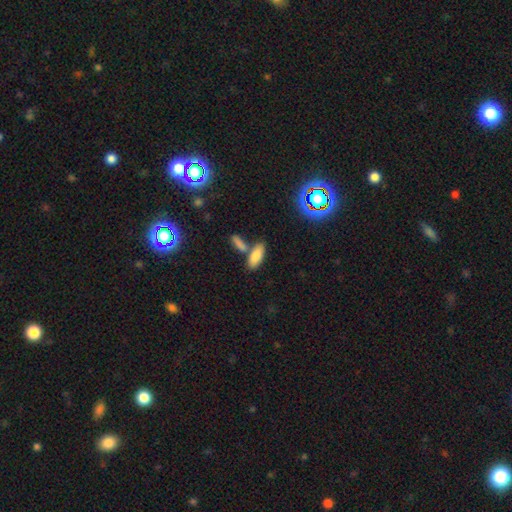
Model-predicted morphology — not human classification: smooth_or_featured: smooth (p=0.81) [alt: star or artifact p=0.09]
how_rounded: in between (p=0.79) [alt: cigar-shaped p=0.18]
merging: none (p=0.51) [alt: merger p=0.35]